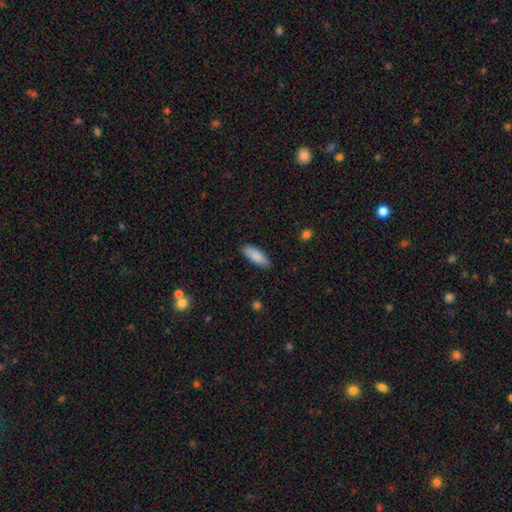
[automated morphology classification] type=smooth (87%); roundness=in between (69%); merging=none (87%).